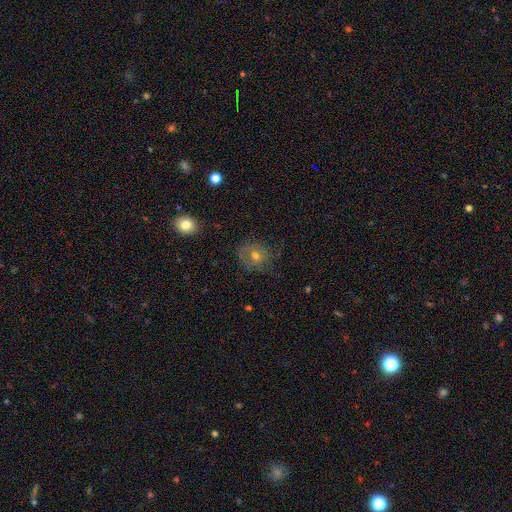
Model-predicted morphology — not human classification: Smooth or featured: smooth — 54% (featured or disk — 32%)
How rounded: round — 72% (in between — 27%)
Merging: none — 65% (minor disturbance — 21%)